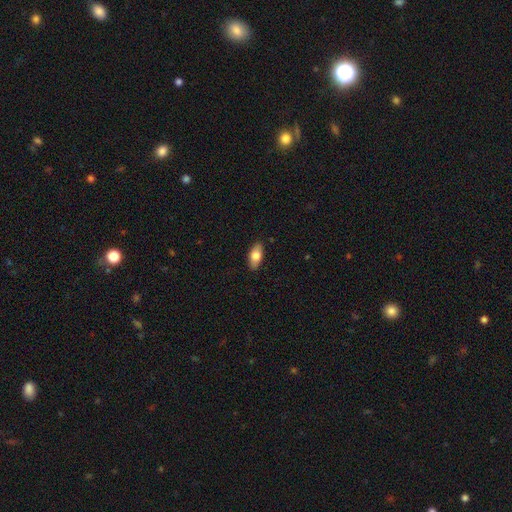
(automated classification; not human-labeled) smooth 77%, featured or disk 17%, star or artifact 6%. Down the decision tree: how rounded — in between (88%); merging — none (89%).